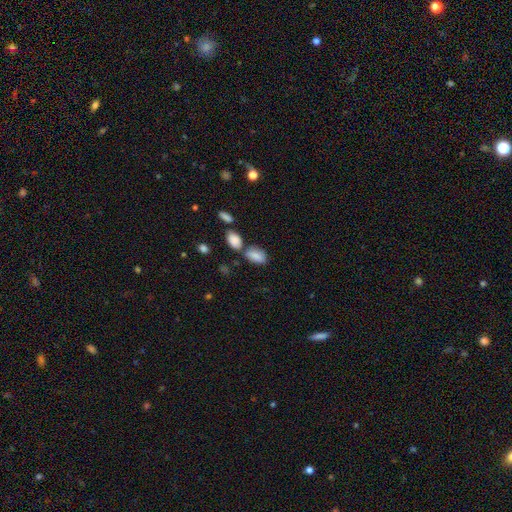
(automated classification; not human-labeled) Smooth or featured: smooth — 84% (star or artifact — 8%)
How rounded: in between — 91% (round — 7%)
Merging: none — 55% (merger — 24%)